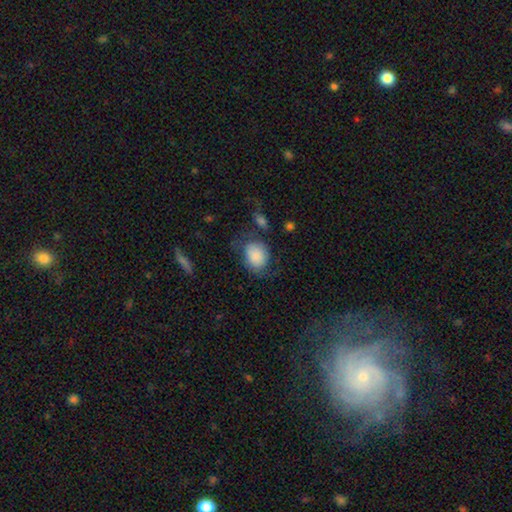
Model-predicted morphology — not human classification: Q: Smooth or featured?
A: smooth (81%); runner-up: featured or disk (11%)
Q: How rounded?
A: in between (54%); runner-up: round (45%)
Q: Merging?
A: none (53%); runner-up: minor disturbance (25%)